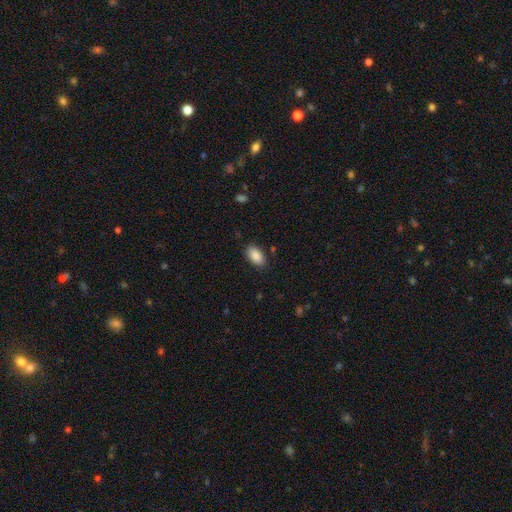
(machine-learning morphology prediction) smooth_or_featured: smooth (p=0.89) [alt: star or artifact p=0.07]
how_rounded: in between (p=0.94) [alt: round p=0.04]
merging: none (p=0.86) [alt: minor disturbance p=0.10]